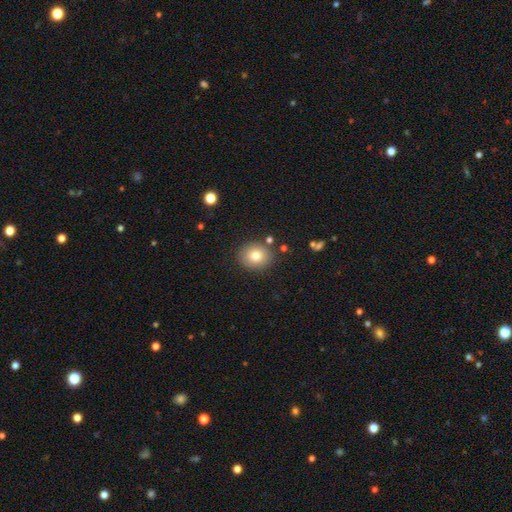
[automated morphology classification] Smooth or featured? smooth (79%)
How rounded? round (66%)
Merging? none (85%)